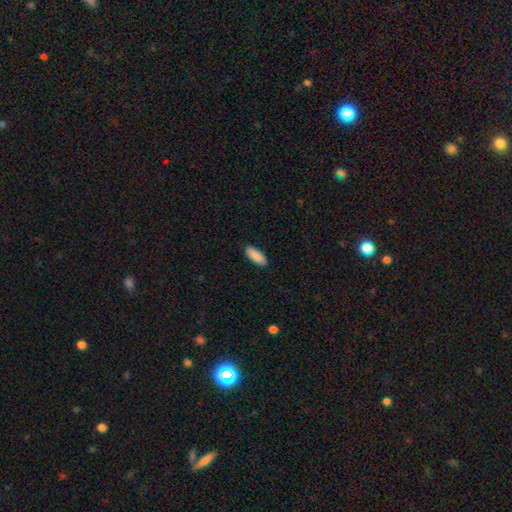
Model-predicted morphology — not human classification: smooth 91%, star or artifact 6%, featured or disk 4%. Down the decision tree: how rounded — in between (77%); merging — none (90%).